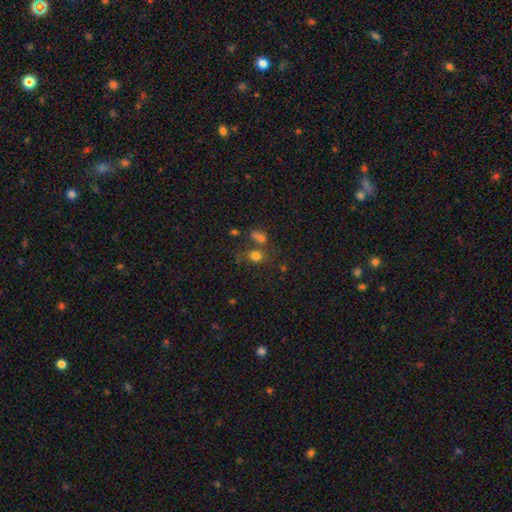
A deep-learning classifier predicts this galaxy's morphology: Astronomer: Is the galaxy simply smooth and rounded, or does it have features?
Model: smooth — 74%.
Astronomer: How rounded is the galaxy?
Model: round — 71%.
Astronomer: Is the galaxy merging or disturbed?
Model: none — 55%.